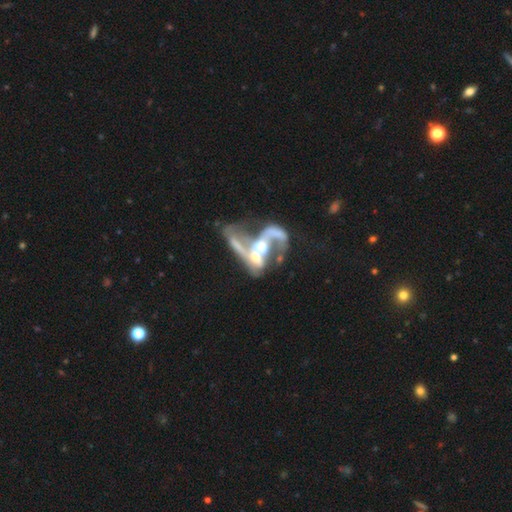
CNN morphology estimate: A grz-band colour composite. It shows a featured or disk galaxy (83%) with no bar (52%), 2 (70%) loose (69%) spiral arms (79%) and a moderate central bulge (58%). Merging: merger (69%).